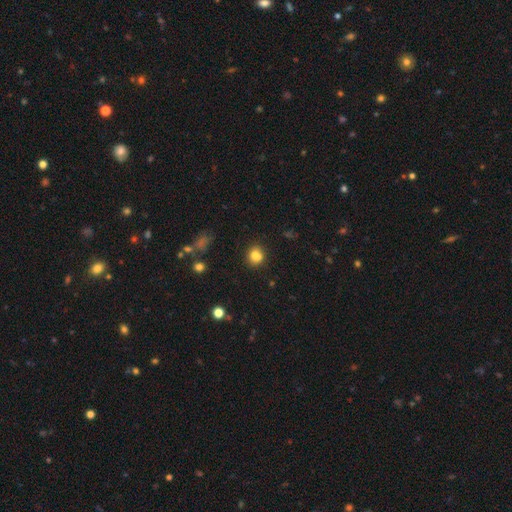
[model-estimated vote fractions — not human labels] Smooth or featured? Predicted: smooth (p=0.78). How rounded? Predicted: round (p=0.73). Merging? Predicted: none (p=0.57).